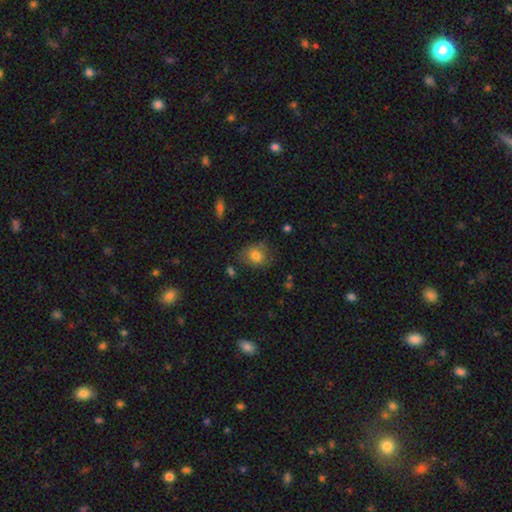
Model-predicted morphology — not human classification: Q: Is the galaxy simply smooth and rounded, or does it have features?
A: smooth — 75%.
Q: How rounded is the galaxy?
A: round — 57%.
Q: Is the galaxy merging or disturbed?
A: none — 66%.